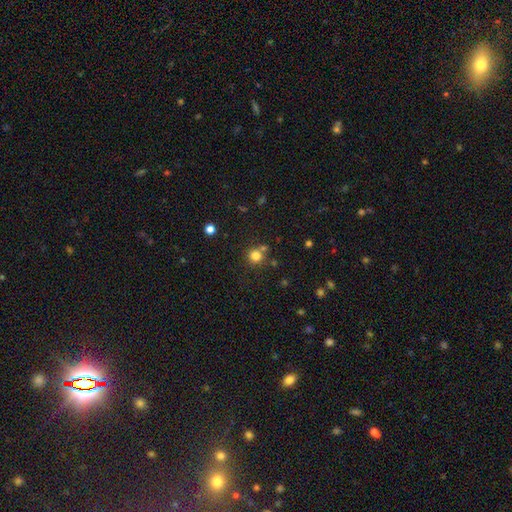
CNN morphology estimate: Smooth or featured? smooth (79%)
How rounded? round (92%)
Merging? none (72%)